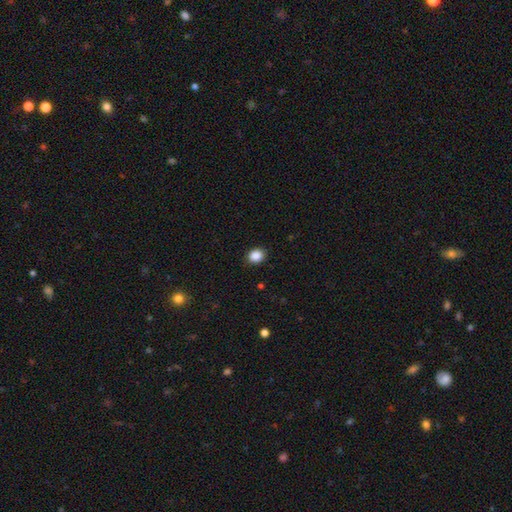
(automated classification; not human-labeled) smooth_or_featured: smooth (p=0.88) [alt: star or artifact p=0.09]
how_rounded: round (p=0.63) [alt: in between p=0.36]
merging: none (p=0.89) [alt: minor disturbance p=0.08]